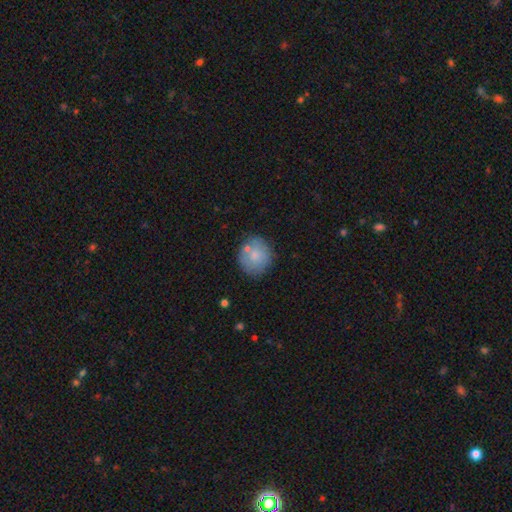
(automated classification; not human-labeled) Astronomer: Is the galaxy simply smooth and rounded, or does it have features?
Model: smooth — 73%.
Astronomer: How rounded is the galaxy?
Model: round — 87%.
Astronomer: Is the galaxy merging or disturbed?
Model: none — 70%.